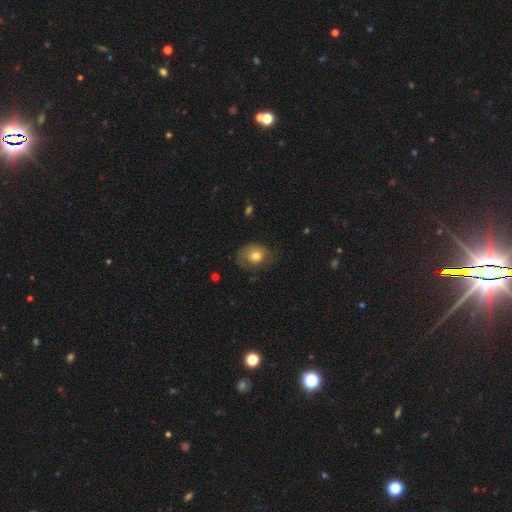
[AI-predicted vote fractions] smooth 70%, featured or disk 21%, star or artifact 9%. Down the decision tree: how rounded — round (55%); merging — none (56%).